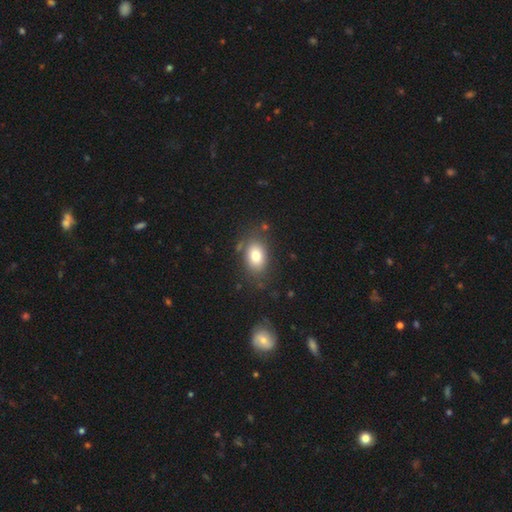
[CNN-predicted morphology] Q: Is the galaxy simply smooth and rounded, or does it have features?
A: smooth — 80%.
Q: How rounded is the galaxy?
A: in between — 80%.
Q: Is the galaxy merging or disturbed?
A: none — 76%.